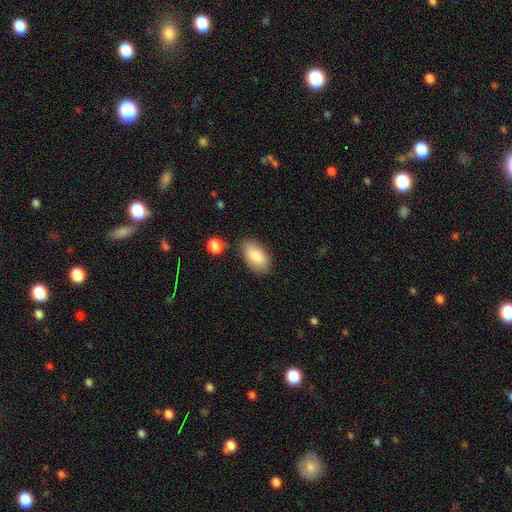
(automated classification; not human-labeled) A smooth galaxy with no disk features (85%) that is in between round and cigar-shaped (94%). Merging: none (77%).